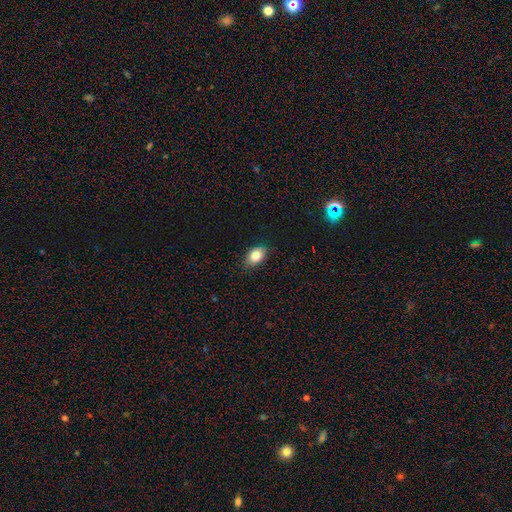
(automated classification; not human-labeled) A smooth galaxy with no disk features (83%) that is in between round and cigar-shaped (80%). Merging: none (82%).